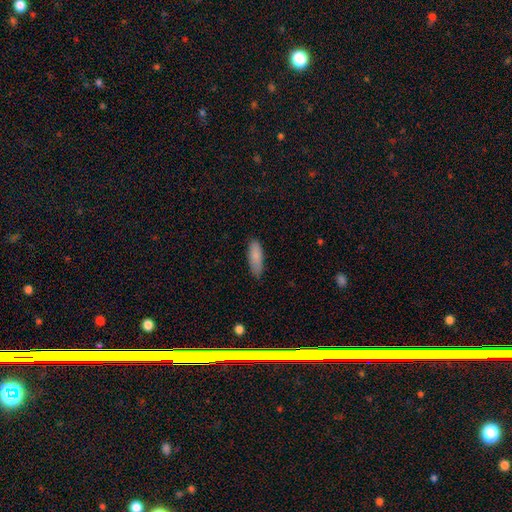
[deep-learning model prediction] Smooth or featured? Predicted: smooth (p=0.86). How rounded? Predicted: in between (p=0.61). Merging? Predicted: none (p=0.81).